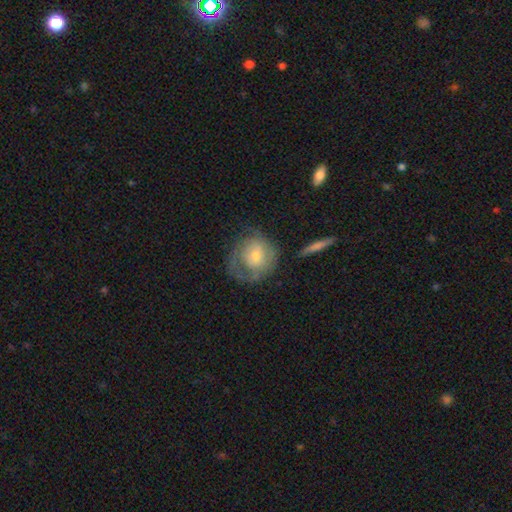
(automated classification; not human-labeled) A featured or disk galaxy (50%).

Vote fractions:
- Smooth or featured? featured or disk: 50% / smooth: 42% / star or artifact: 7%
- Edge-on disk? no: 95% / yes: 5%
- Merging? none: 53% / minor disturbance: 24% / major disturbance: 21% / merger: 3%